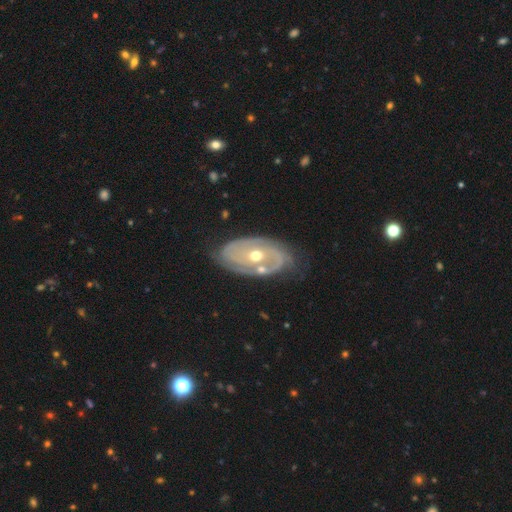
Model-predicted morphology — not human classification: Smooth or featured: featured or disk — 83% (smooth — 12%)
Edge-on disk: no — 94% (yes — 6%)
Bar: no — 73% (weak — 20%)
Spiral arms: yes — 82% (no — 18%)
Spiral winding: tight — 62% (medium — 28%)
Spiral arm count: 2 — 53% (can't tell — 26%)
Bulge size: moderate — 66% (small — 30%)
Merging: none — 70% (minor disturbance — 19%)